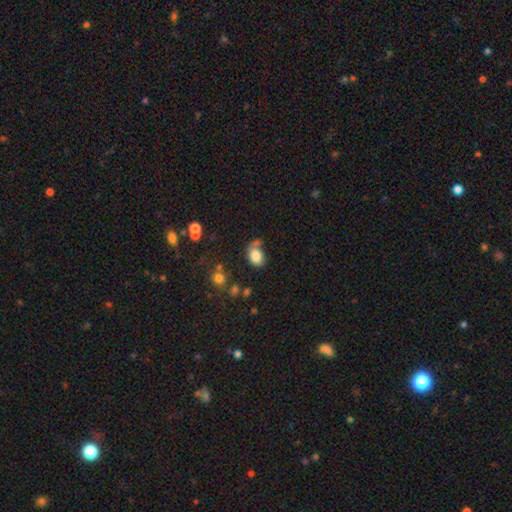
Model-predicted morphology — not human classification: A smooth galaxy with no disk features (83%) that is in between round and cigar-shaped (82%). Merging: none (53%).